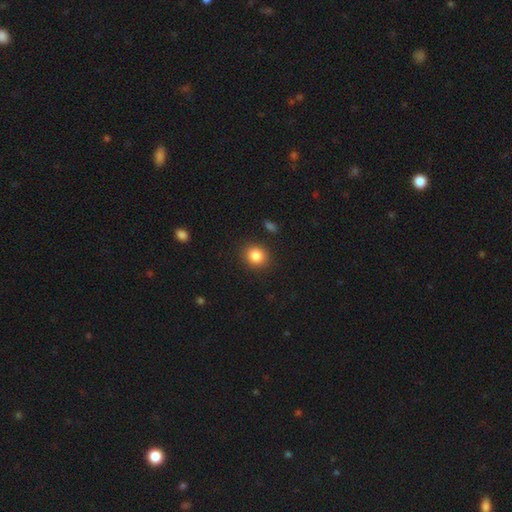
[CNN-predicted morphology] Q: Smooth or featured?
A: smooth (85%); runner-up: star or artifact (10%)
Q: How rounded?
A: round (77%); runner-up: in between (22%)
Q: Merging?
A: none (89%); runner-up: minor disturbance (7%)